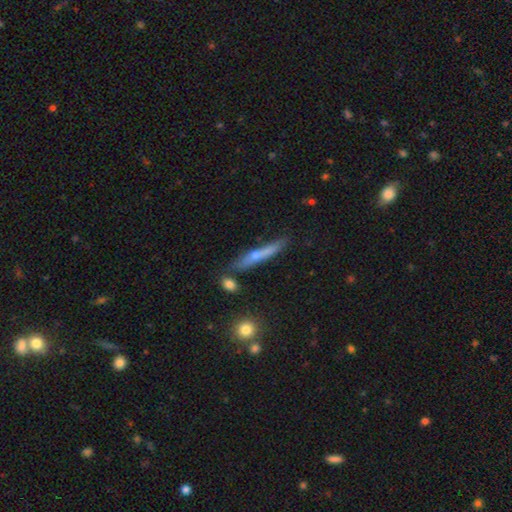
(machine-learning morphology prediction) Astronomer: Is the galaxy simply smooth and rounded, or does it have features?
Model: featured or disk — 45% (runner-up: smooth, 37%).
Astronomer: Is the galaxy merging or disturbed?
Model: none — 76%.